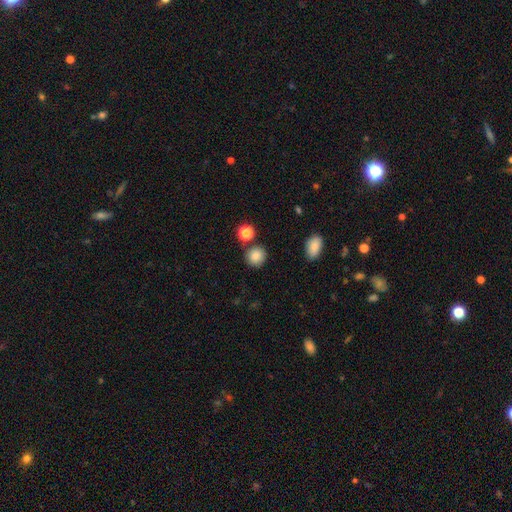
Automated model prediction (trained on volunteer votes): Smooth or featured: smooth — 85% (star or artifact — 10%)
How rounded: round — 88% (in between — 11%)
Merging: none — 82% (minor disturbance — 9%)